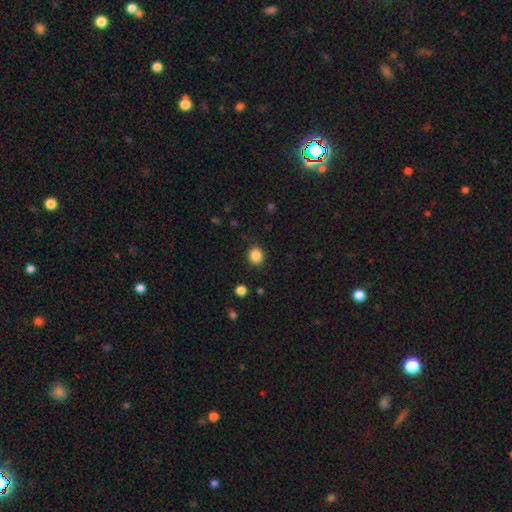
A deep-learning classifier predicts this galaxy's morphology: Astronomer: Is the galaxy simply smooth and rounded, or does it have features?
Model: smooth — 86%.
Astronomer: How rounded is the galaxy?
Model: round — 72%.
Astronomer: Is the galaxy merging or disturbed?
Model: none — 87%.